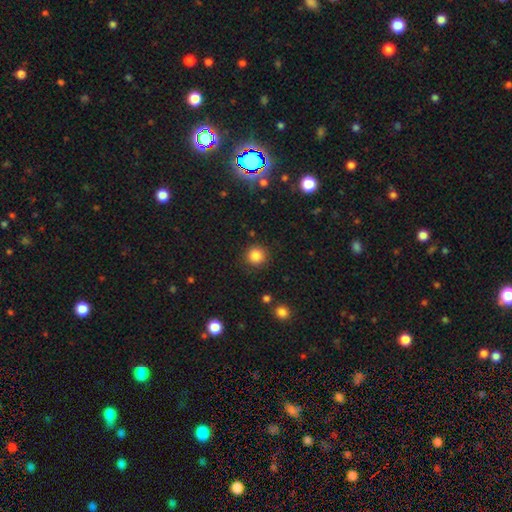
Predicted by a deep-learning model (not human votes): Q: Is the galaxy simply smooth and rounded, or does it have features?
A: smooth — 84%.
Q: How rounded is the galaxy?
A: round — 94%.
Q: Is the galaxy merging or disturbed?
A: none — 89%.